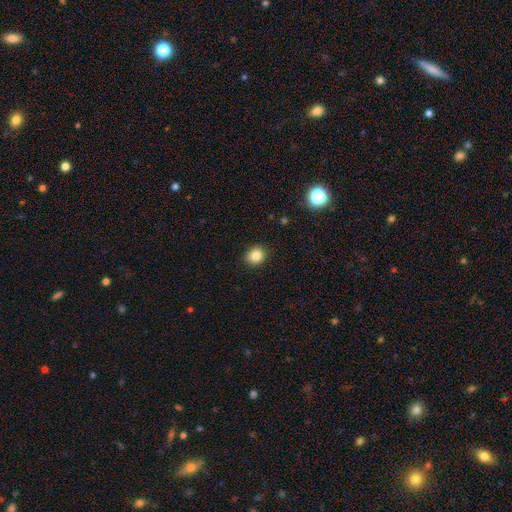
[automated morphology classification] Q: Smooth or featured?
A: smooth (85%); runner-up: star or artifact (10%)
Q: How rounded?
A: round (70%); runner-up: in between (29%)
Q: Merging?
A: none (87%); runner-up: minor disturbance (10%)